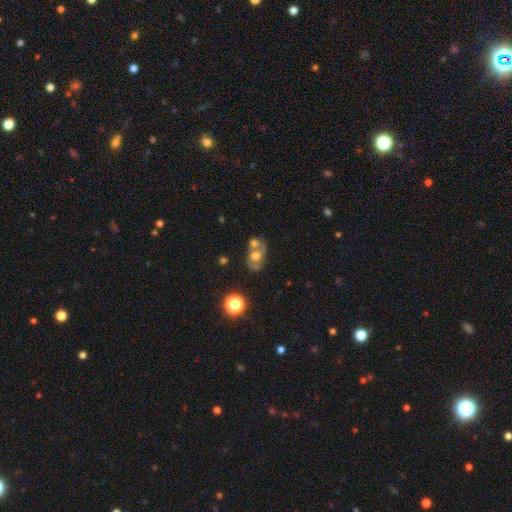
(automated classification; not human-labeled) A smooth galaxy with no disk features (51%) that is in between round and cigar-shaped (55%). Merging: merger (44%).